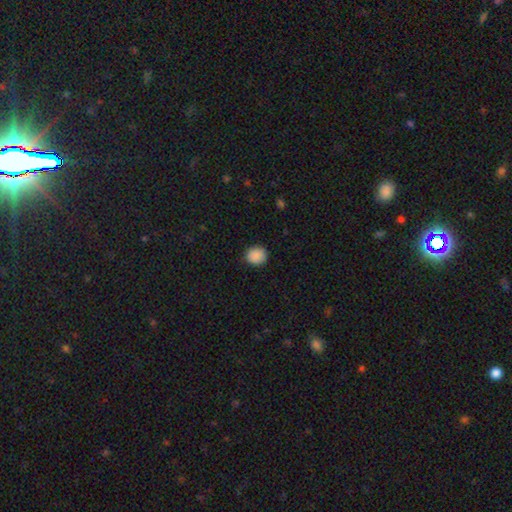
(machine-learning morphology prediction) A smooth galaxy with no disk features (89%) that is round (83%).

Vote fractions:
- Smooth or featured? smooth: 89% / star or artifact: 8% / featured or disk: 3%
- How rounded? round: 83% / in between: 16% / cigar-shaped: 1%
- Merging? none: 89% / minor disturbance: 8% / major disturbance: 2% / merger: 1%